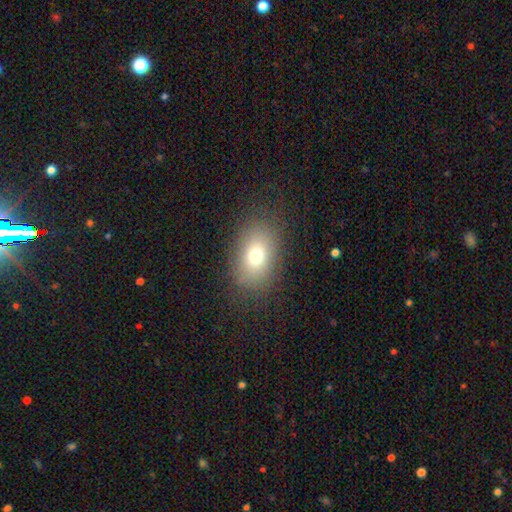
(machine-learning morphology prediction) This is likely a smooth galaxy (74%). How rounded: clearly in between (80%). Merging: clearly none (82%).